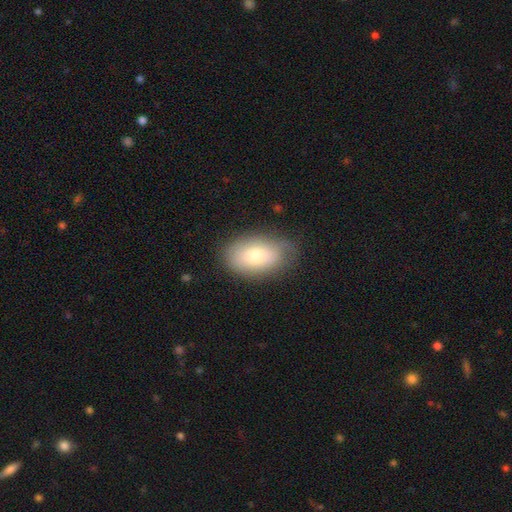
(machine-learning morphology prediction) A smooth galaxy with no disk features (75%) that is in between round and cigar-shaped (90%).

Vote fractions:
- Smooth or featured? smooth: 75% / featured or disk: 17% / star or artifact: 8%
- How rounded? in between: 90% / round: 9% / cigar-shaped: 2%
- Merging? none: 75% / minor disturbance: 19% / major disturbance: 5% / merger: 1%